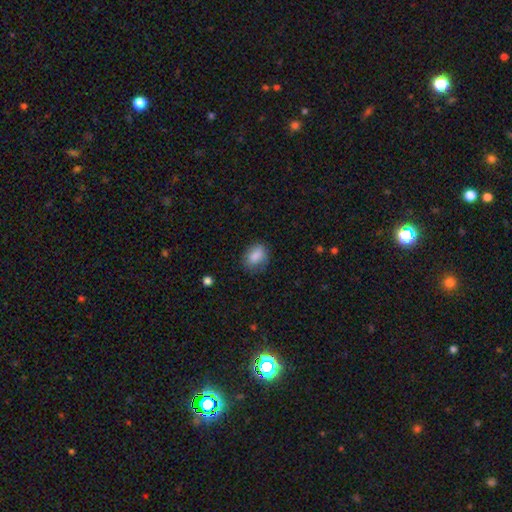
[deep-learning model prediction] smooth-or-featured: smooth: 85% | star or artifact: 8% | featured or disk: 7%
  how-rounded: in between: 71% | round: 27% | cigar-shaped: 2%
  merging: none: 75% | minor disturbance: 19% | major disturbance: 5% | merger: 1%